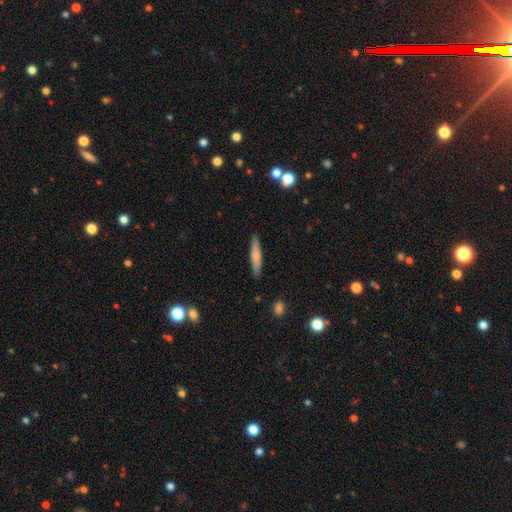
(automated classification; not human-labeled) Smooth or featured? Predicted: smooth (p=0.68). How rounded? Predicted: cigar-shaped (p=0.87). Merging? Predicted: none (p=0.88).